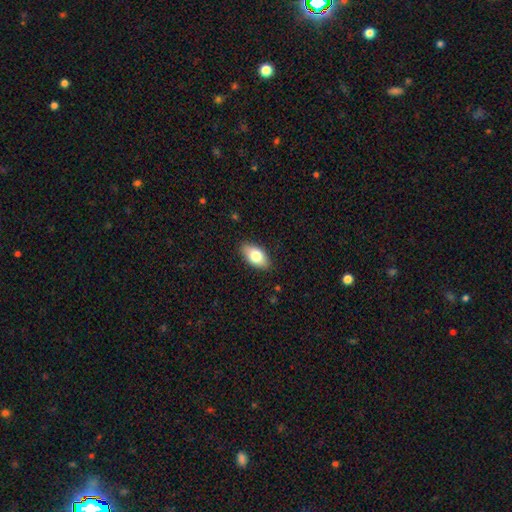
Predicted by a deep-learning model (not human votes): Smooth or featured: smooth — 77% (featured or disk — 16%)
How rounded: in between — 92% (round — 5%)
Merging: none — 87% (minor disturbance — 10%)